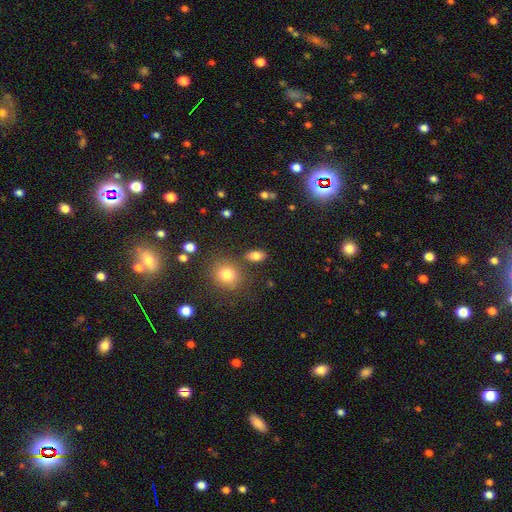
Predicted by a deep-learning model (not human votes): A smooth galaxy with no disk features (81%) that is in between round and cigar-shaped (83%).

Vote fractions:
- Smooth or featured? smooth: 81% / star or artifact: 11% / featured or disk: 8%
- How rounded? in between: 83% / round: 14% / cigar-shaped: 3%
- Merging? none: 80% / minor disturbance: 10% / merger: 6% / major disturbance: 3%